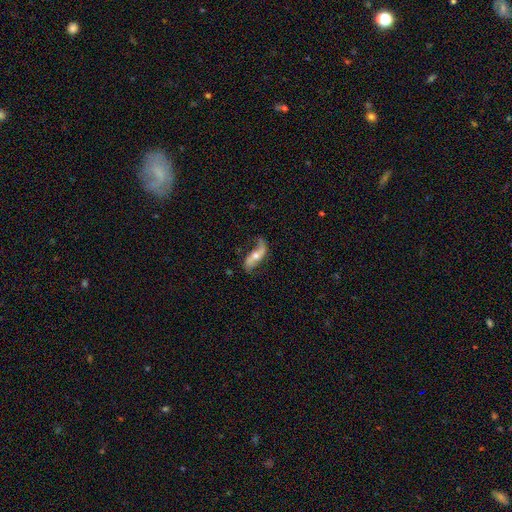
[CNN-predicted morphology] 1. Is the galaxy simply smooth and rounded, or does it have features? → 76% featured or disk, 18% smooth, 6% star or artifact.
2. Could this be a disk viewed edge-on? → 88% no, 12% yes.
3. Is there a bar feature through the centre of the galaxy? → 52% no, 29% weak, 19% strong.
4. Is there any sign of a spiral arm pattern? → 91% yes, 9% no.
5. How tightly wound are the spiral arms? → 83% loose, 13% medium, 5% tight.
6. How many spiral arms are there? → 86% 2, 8% 1, 3% can't tell, 1% 3, 1% 4, 1% more than 4.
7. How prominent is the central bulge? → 62% moderate, 30% small, 5% large, 2% none, 1% dominant.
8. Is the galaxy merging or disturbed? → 65% none, 21% minor disturbance, 12% major disturbance, 3% merger.